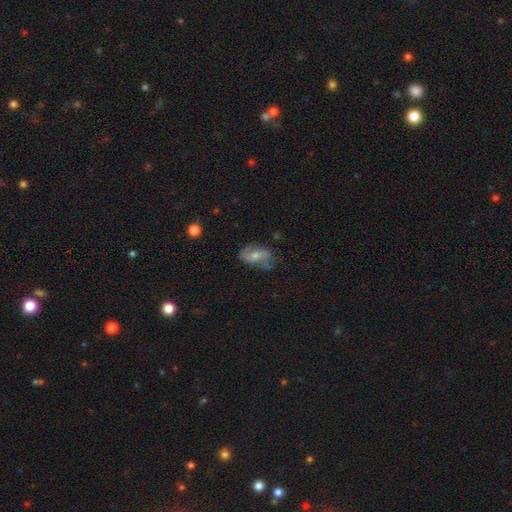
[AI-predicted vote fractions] Morphology: type=featured or disk (55%); edge-on=no (95%); bar=no (51%); spiral arms=yes (78%); bulge=moderate (49%); merging=none (56%).